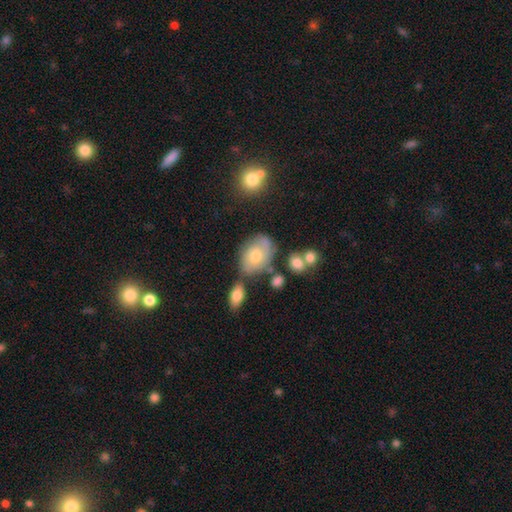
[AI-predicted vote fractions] Smooth or featured? featured or disk (47%)
Merging? none (53%)